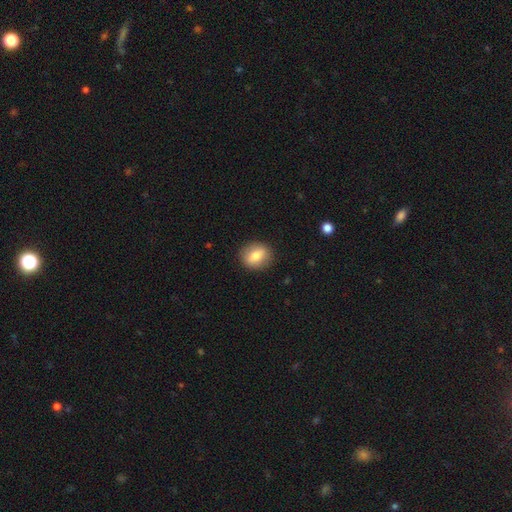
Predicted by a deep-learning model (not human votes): Morphology: type=smooth (75%); roundness=round (58%); merging=none (89%).